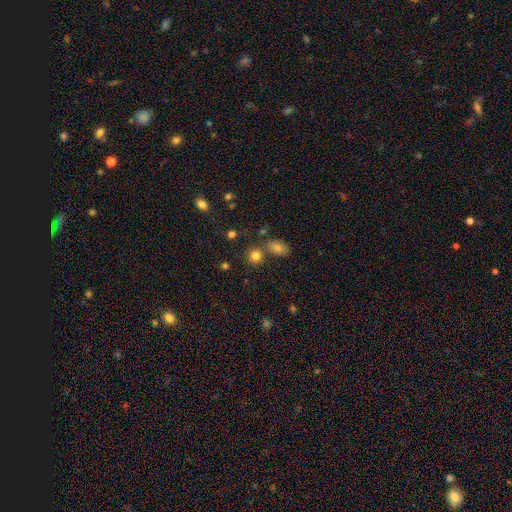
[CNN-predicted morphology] Q: Smooth or featured?
A: smooth (81%); runner-up: star or artifact (13%)
Q: How rounded?
A: round (82%); runner-up: in between (17%)
Q: Merging?
A: none (68%); runner-up: merger (19%)